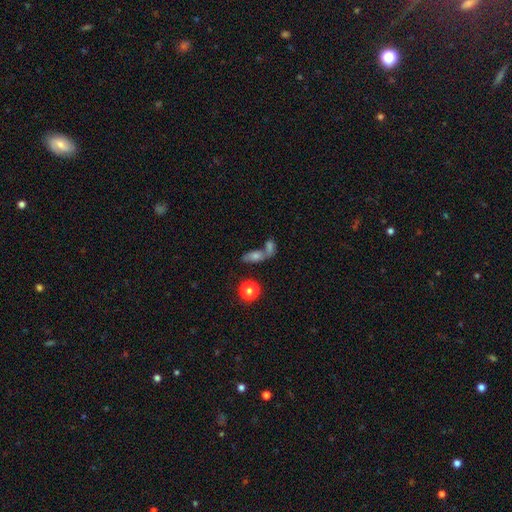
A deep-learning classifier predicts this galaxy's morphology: smooth_or_featured: smooth (p=0.57) [alt: featured or disk p=0.27]
how_rounded: in between (p=0.65) [alt: round p=0.19]
merging: merger (p=0.49) [alt: none p=0.33]